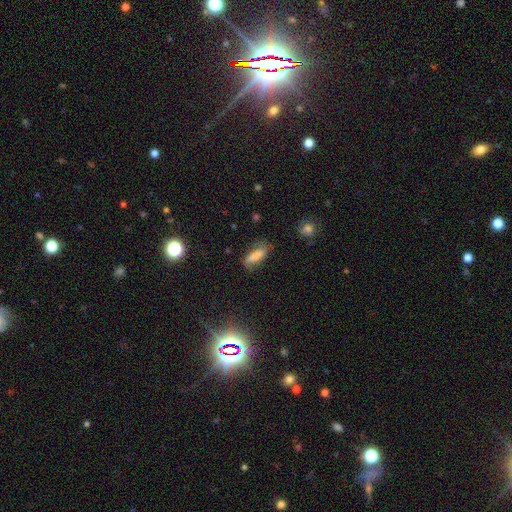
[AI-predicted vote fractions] Smooth or featured? smooth (74%)
How rounded? in between (65%)
Merging? none (62%)